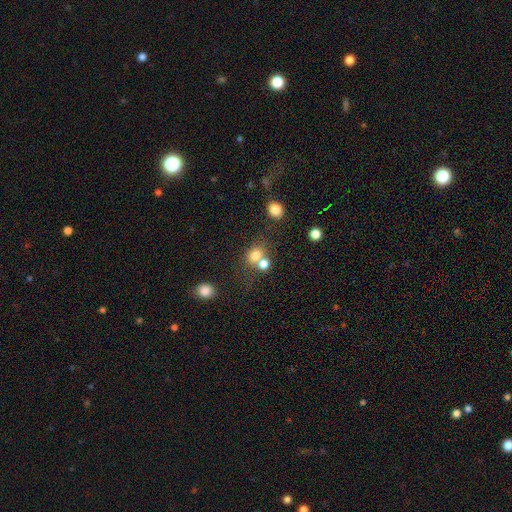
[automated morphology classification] This appears to be a smooth galaxy with no disk features (75%) that is round (63%). Merging: none (45%).